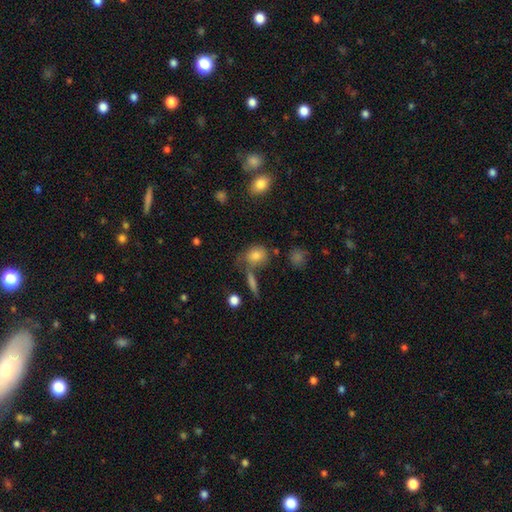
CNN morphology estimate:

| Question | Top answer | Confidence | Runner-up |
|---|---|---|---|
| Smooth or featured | smooth | 78% | star or artifact (12%) |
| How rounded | round | 53% | in between (44%) |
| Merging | none | 55% | merger (20%) |